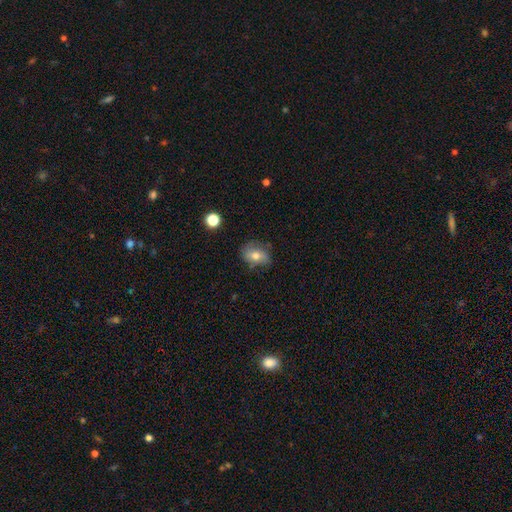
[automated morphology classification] Smooth or featured? smooth (63%)
How rounded? in between (66%)
Merging? none (67%)